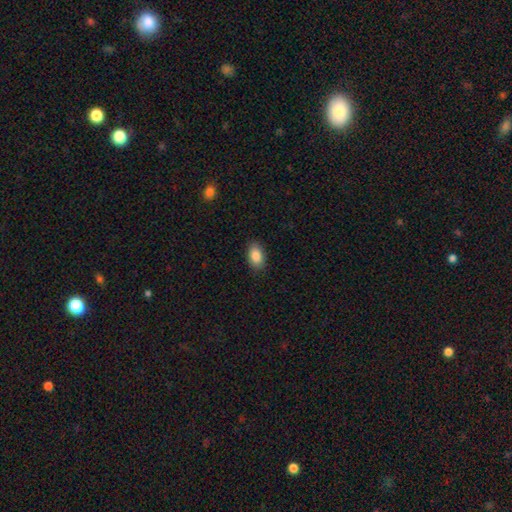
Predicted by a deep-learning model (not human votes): Smooth or featured?
  - smooth: 88% *
  - star or artifact: 7%
  - featured or disk: 5%
How rounded?
  - in between: 92% *
  - round: 7%
  - cigar-shaped: 2%
Merging?
  - none: 87% *
  - minor disturbance: 9%
  - major disturbance: 2%
  - merger: 1%